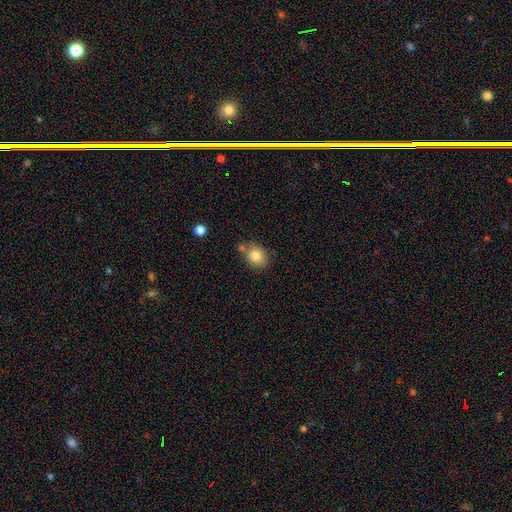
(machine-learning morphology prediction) A smooth galaxy with no disk features (82%) that is round (51%). Merging: none (64%).